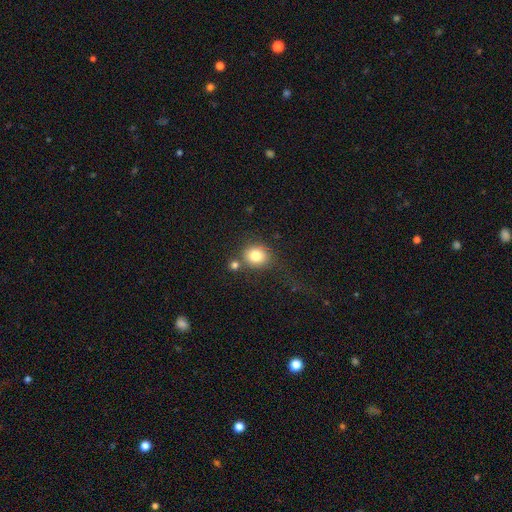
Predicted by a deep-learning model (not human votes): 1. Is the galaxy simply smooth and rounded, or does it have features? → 80% smooth, 11% star or artifact, 9% featured or disk.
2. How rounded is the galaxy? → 77% round, 22% in between, 1% cigar-shaped.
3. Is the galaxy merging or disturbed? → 65% none, 16% merger, 13% minor disturbance, 6% major disturbance.